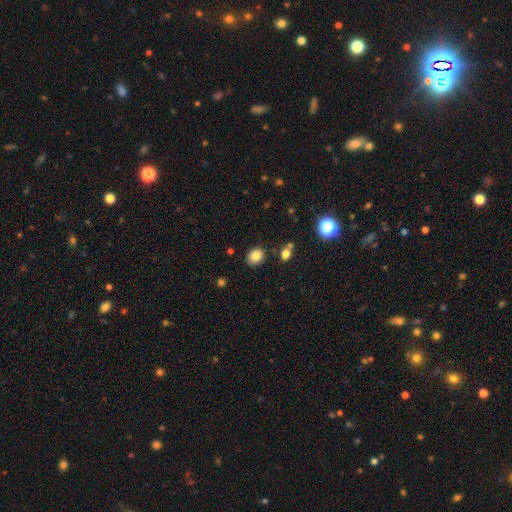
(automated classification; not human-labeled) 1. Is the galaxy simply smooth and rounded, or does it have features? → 83% smooth, 11% star or artifact, 6% featured or disk.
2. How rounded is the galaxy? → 55% round, 44% in between, 1% cigar-shaped.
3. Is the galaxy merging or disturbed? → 83% none, 10% minor disturbance, 4% merger, 3% major disturbance.